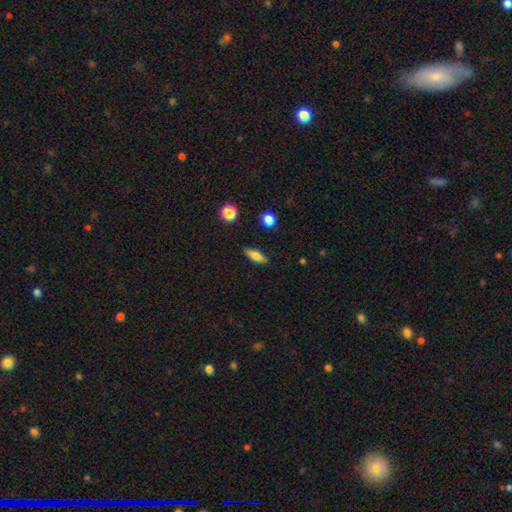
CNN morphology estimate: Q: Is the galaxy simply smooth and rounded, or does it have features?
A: smooth — 70%.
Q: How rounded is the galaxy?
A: in between — 57%.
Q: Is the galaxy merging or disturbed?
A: none — 88%.